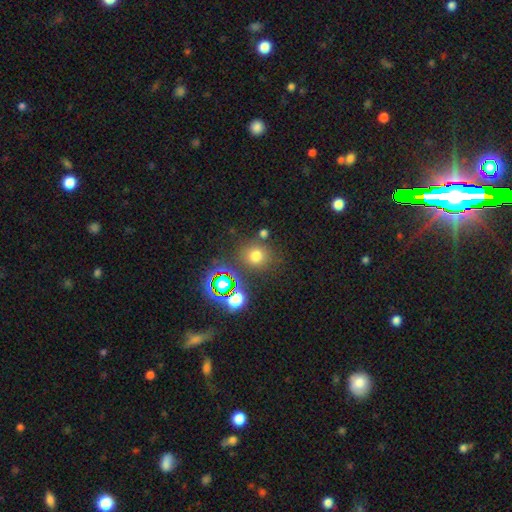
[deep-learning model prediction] Overall: smooth (68%). How rounded: round (86%). Merging: none (77%).